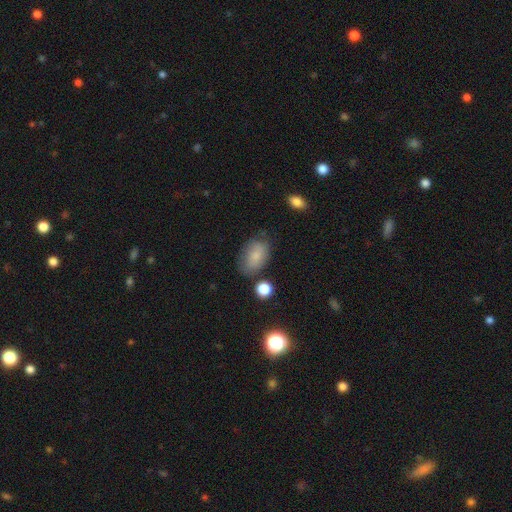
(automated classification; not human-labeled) Smooth or featured?
  - smooth: 79% *
  - featured or disk: 12%
  - star or artifact: 8%
How rounded?
  - in between: 89% *
  - round: 9%
  - cigar-shaped: 2%
Merging?
  - none: 66% *
  - minor disturbance: 23%
  - major disturbance: 6%
  - merger: 5%